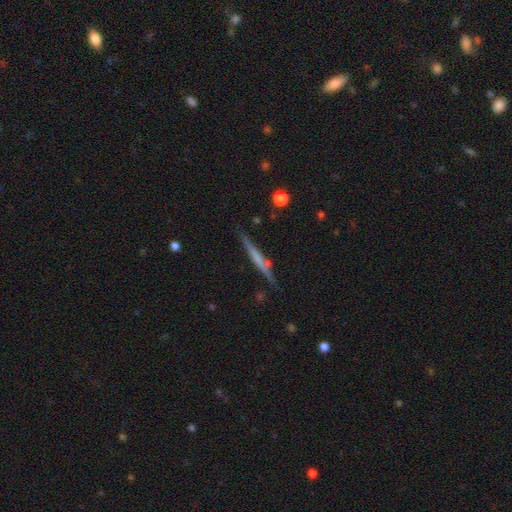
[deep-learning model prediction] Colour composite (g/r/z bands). It shows a featured or disk galaxy (54%) viewed edge-on (96%) with no central bulge (72%). Merging: none (83%).